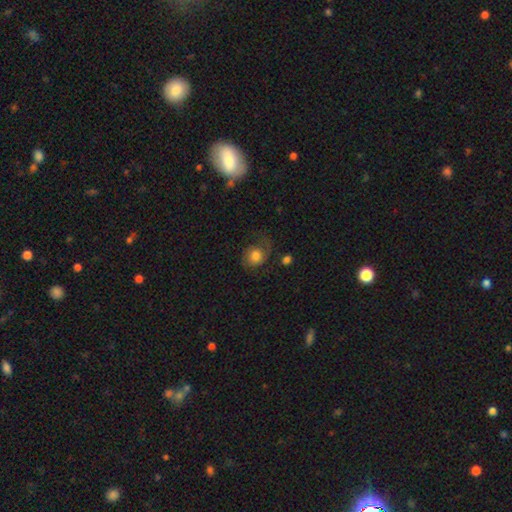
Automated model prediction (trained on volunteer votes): Q: Smooth or featured?
A: smooth (58%); runner-up: featured or disk (33%)
Q: How rounded?
A: round (67%); runner-up: in between (32%)
Q: Merging?
A: none (48%); runner-up: major disturbance (26%)